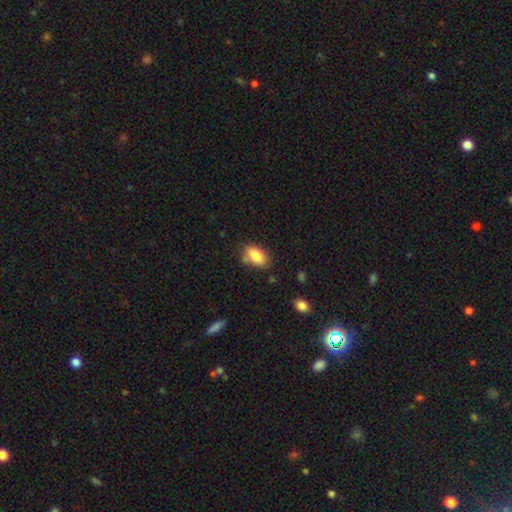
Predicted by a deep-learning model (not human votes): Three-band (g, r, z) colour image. It shows a smooth galaxy with no disk features (85%) that is in between round and cigar-shaped (91%). Merging: none (73%).